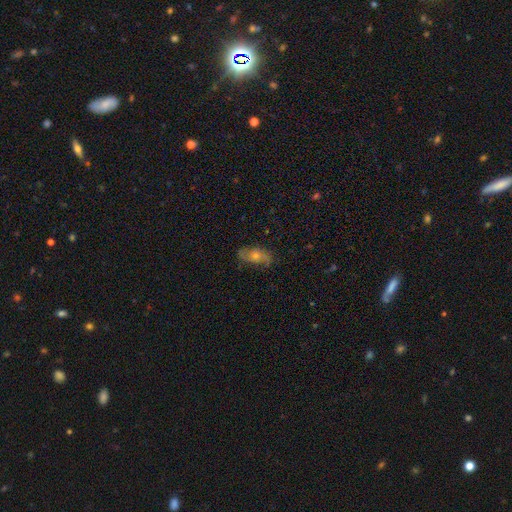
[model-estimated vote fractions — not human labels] The model was most divided on "smooth or featured": featured or disk: 59%, smooth: 29%, star or artifact: 12%. More confident: edge-on disk — no (87%); spiral arms — yes (80%); merging — none (76%); bar — no (75%); bulge size — moderate (63%).